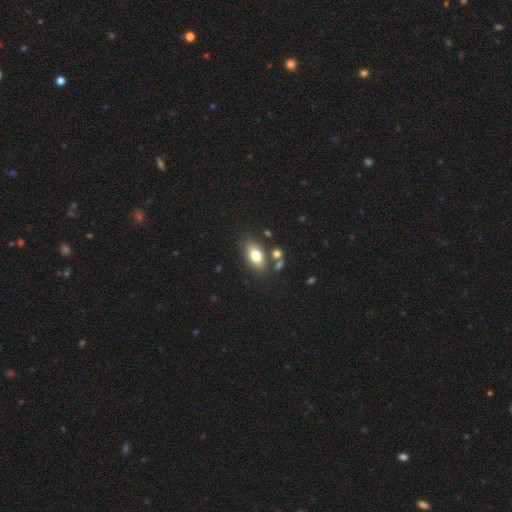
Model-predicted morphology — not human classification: Smooth or featured?
  - smooth: 75% *
  - featured or disk: 16%
  - star or artifact: 9%
How rounded?
  - in between: 86% *
  - round: 8%
  - cigar-shaped: 5%
Merging?
  - none: 74% *
  - minor disturbance: 12%
  - merger: 10%
  - major disturbance: 4%